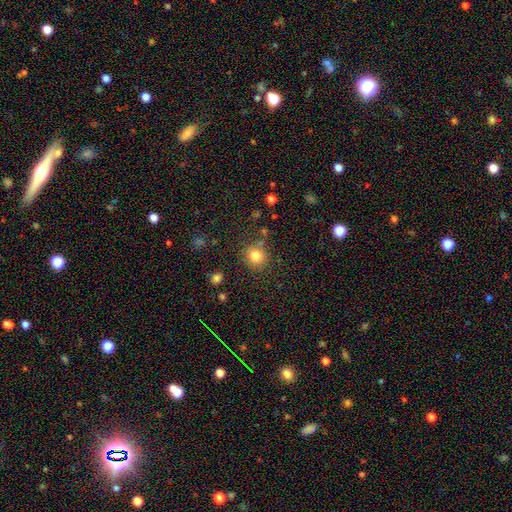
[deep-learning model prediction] Q: Smooth or featured?
A: smooth (81%); runner-up: star or artifact (12%)
Q: How rounded?
A: round (86%); runner-up: in between (13%)
Q: Merging?
A: none (80%); runner-up: minor disturbance (11%)